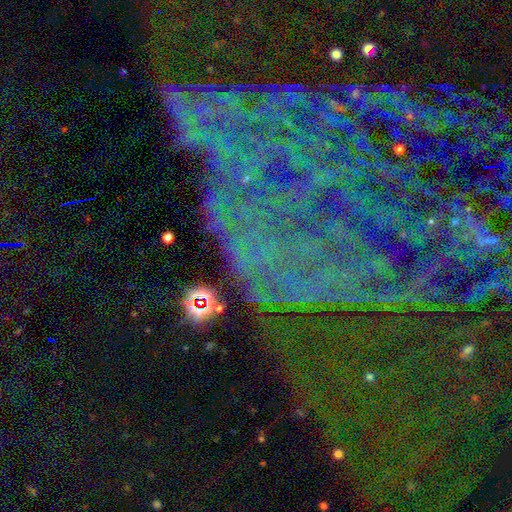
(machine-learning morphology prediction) A star or artifact, not a galaxy (75%).